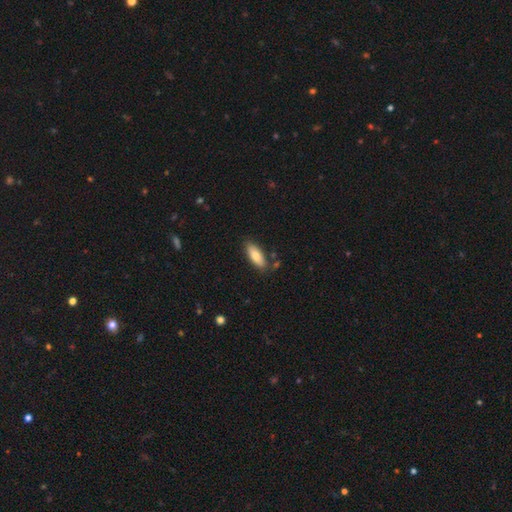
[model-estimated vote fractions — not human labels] Smooth or featured? smooth (78%)
How rounded? in between (72%)
Merging? none (81%)